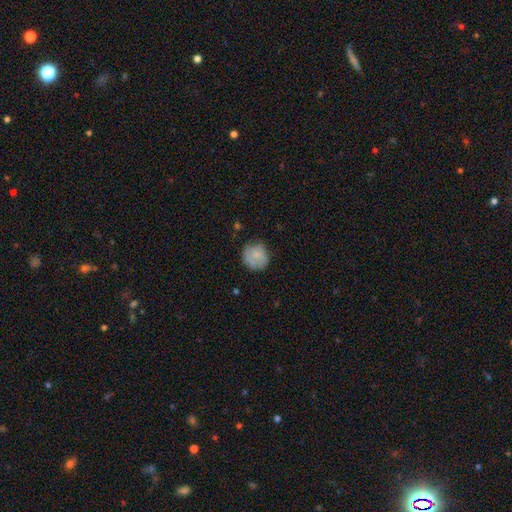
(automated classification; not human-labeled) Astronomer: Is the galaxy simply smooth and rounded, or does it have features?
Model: smooth — 72%.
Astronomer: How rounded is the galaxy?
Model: round — 85%.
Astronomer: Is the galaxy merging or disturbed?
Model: none — 69%.